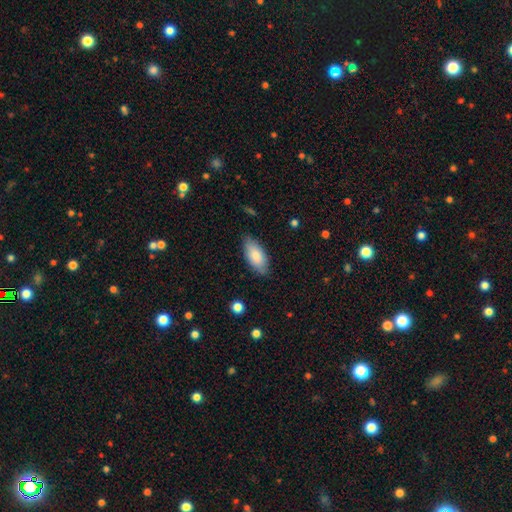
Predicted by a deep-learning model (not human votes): smooth_or_featured: smooth (p=0.83) [alt: featured or disk p=0.11]
how_rounded: in between (p=0.90) [alt: cigar-shaped p=0.08]
merging: none (p=0.81) [alt: minor disturbance p=0.15]